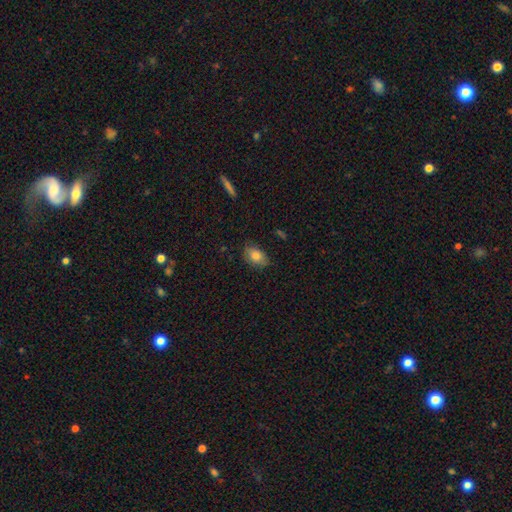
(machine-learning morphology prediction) Smooth or featured: smooth — 81% (featured or disk — 12%)
How rounded: in between — 85% (round — 13%)
Merging: none — 78% (minor disturbance — 17%)